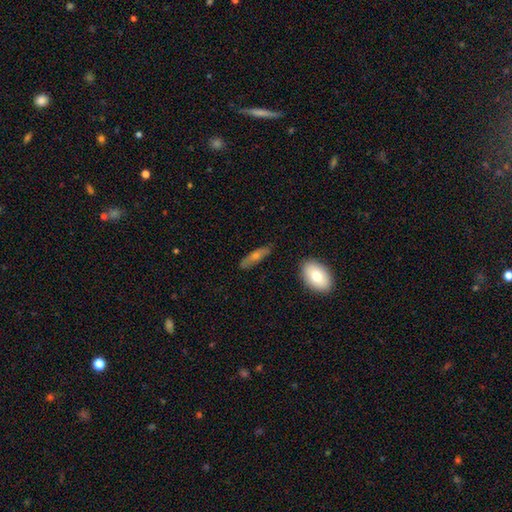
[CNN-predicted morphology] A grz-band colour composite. It shows a smooth galaxy with no disk features (51%) that is cigar-shaped (60%). Merging: none (84%).